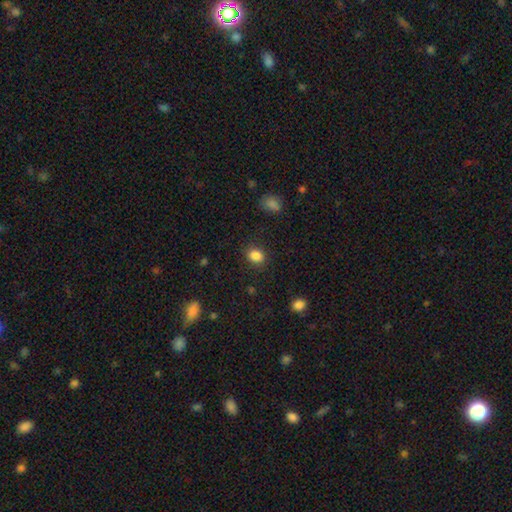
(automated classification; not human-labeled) smooth_or_featured: smooth (p=0.86) [alt: star or artifact p=0.10]
how_rounded: in between (p=0.50) [alt: round p=0.49]
merging: none (p=0.86) [alt: minor disturbance p=0.10]